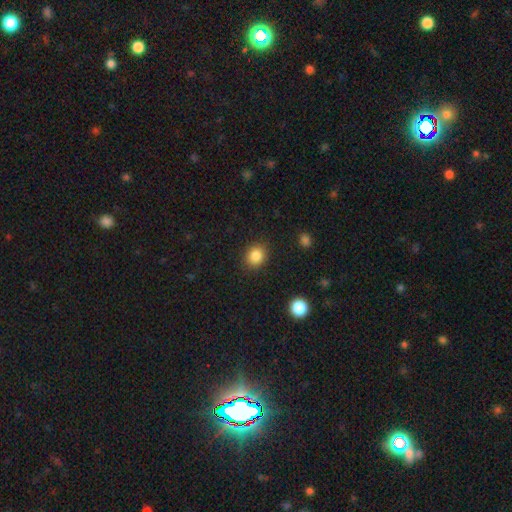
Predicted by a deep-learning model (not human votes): smooth_or_featured: smooth (p=0.86) [alt: star or artifact p=0.10]
how_rounded: round (p=0.71) [alt: in between p=0.28]
merging: none (p=0.88) [alt: minor disturbance p=0.08]